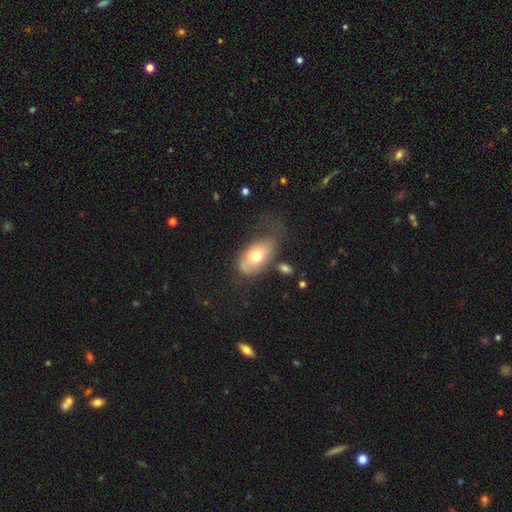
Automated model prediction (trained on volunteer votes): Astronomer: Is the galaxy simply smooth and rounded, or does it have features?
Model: smooth — 65%.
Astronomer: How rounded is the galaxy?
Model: in between — 90%.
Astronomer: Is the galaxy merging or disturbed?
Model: none — 35% (runner-up: minor disturbance, 31%).